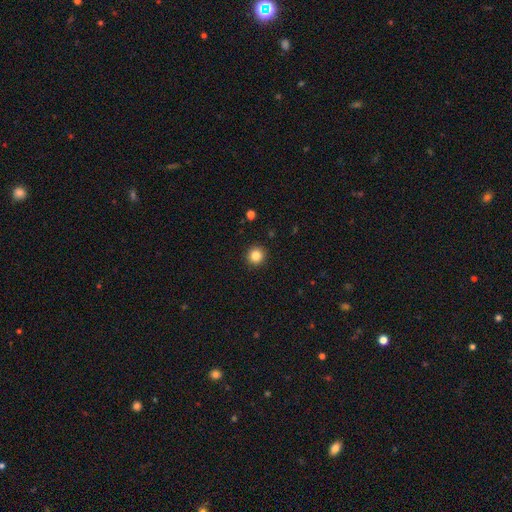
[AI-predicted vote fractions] This is clearly a smooth galaxy (84%). How rounded: clearly round (95%). Merging: clearly none (93%).